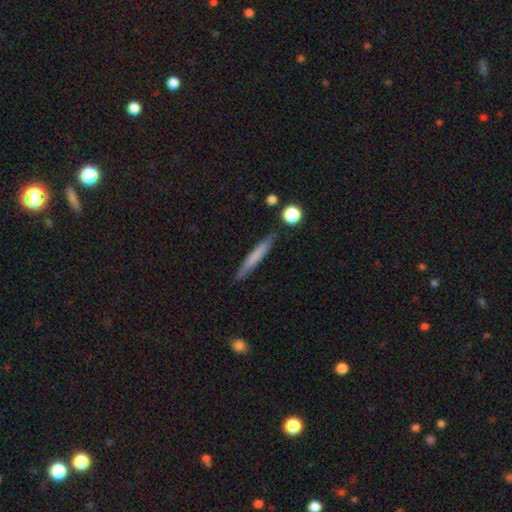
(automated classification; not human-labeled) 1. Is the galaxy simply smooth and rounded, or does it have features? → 66% smooth, 27% featured or disk, 7% star or artifact.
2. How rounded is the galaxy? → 95% cigar-shaped, 3% in between, 2% round.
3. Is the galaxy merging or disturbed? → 86% none, 9% minor disturbance, 3% merger, 2% major disturbance.